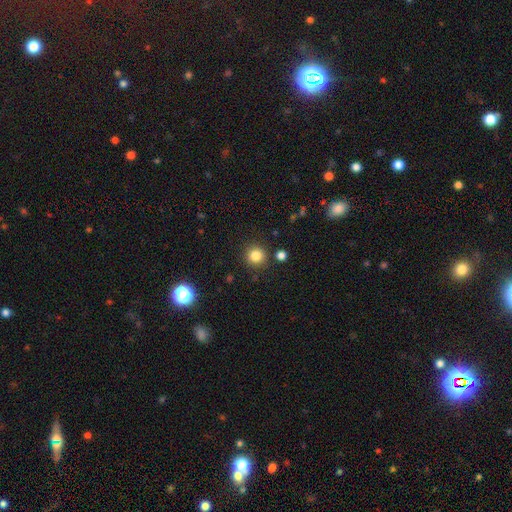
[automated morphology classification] A smooth galaxy with no disk features (82%) that is round (93%).

Vote fractions:
- Smooth or featured? smooth: 82% / star or artifact: 13% / featured or disk: 5%
- How rounded? round: 93% / in between: 6% / cigar-shaped: 1%
- Merging? none: 88% / minor disturbance: 7% / merger: 3% / major disturbance: 2%